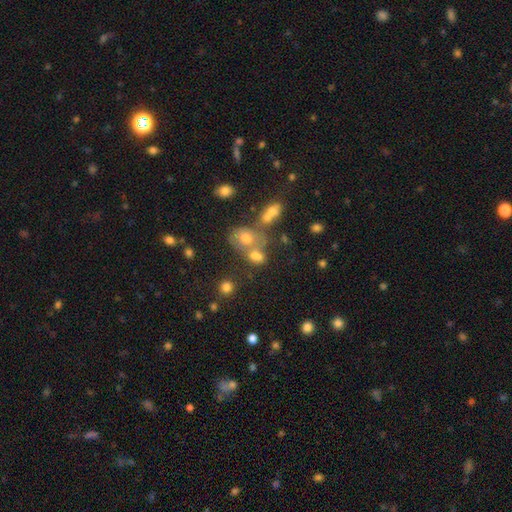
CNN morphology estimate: smooth 66%, star or artifact 18%, featured or disk 16%. Down the decision tree: how rounded — in between (51%); merging — merger (46%).